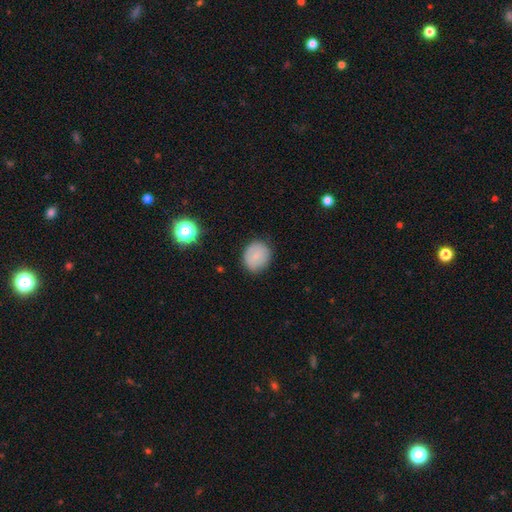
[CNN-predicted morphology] smooth-or-featured: smooth: 76% | featured or disk: 15% | star or artifact: 10%
  how-rounded: round: 73% | in between: 26% | cigar-shaped: 1%
  merging: none: 83% | minor disturbance: 13% | major disturbance: 3% | merger: 1%